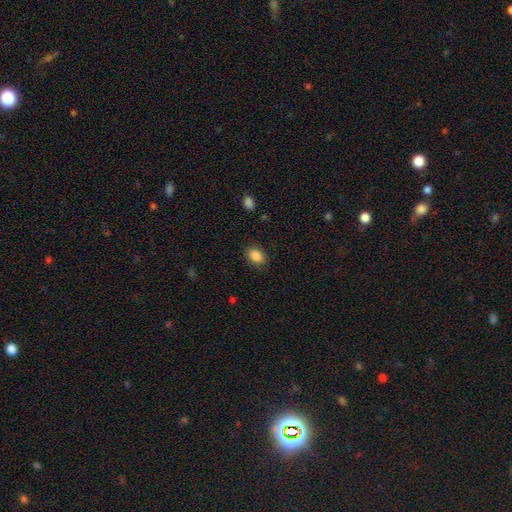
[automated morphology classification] smooth-or-featured: smooth: 87% | star or artifact: 8% | featured or disk: 4%
  how-rounded: in between: 78% | round: 20% | cigar-shaped: 1%
  merging: none: 85% | minor disturbance: 11% | major disturbance: 3% | merger: 1%